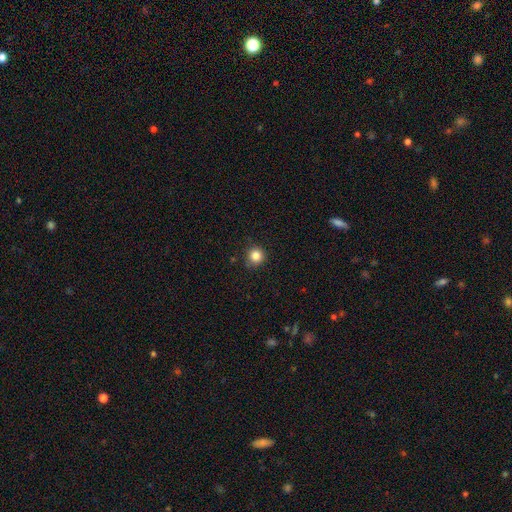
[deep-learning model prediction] This appears to be a smooth galaxy with no disk features (84%) that is round (94%). Merging: none (87%).